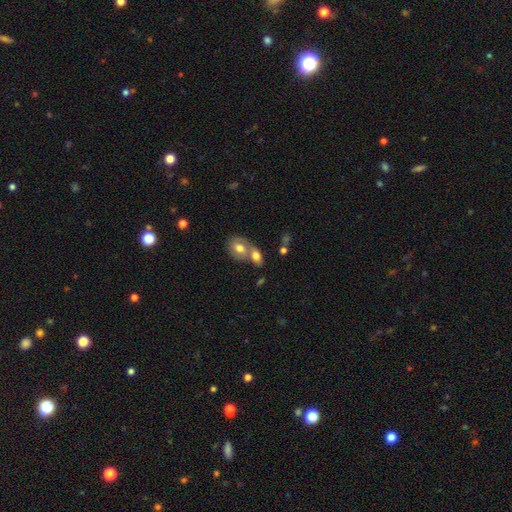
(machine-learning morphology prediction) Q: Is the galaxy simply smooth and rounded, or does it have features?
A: smooth — 62%.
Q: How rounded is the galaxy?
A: in between — 75%.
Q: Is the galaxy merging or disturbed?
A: merger — 60%.